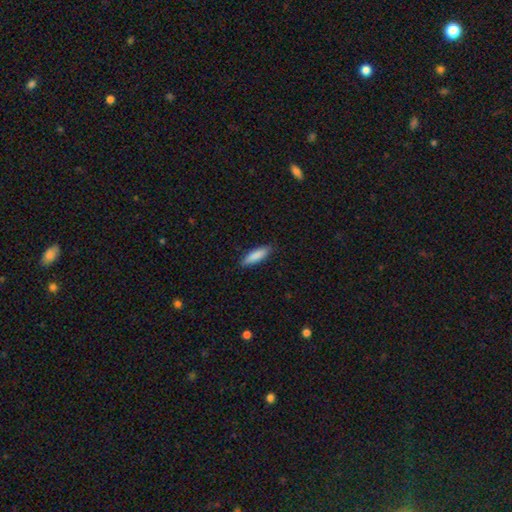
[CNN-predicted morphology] Q: Smooth or featured?
A: smooth (87%); runner-up: featured or disk (8%)
Q: How rounded?
A: cigar-shaped (58%); runner-up: in between (41%)
Q: Merging?
A: none (86%); runner-up: minor disturbance (11%)